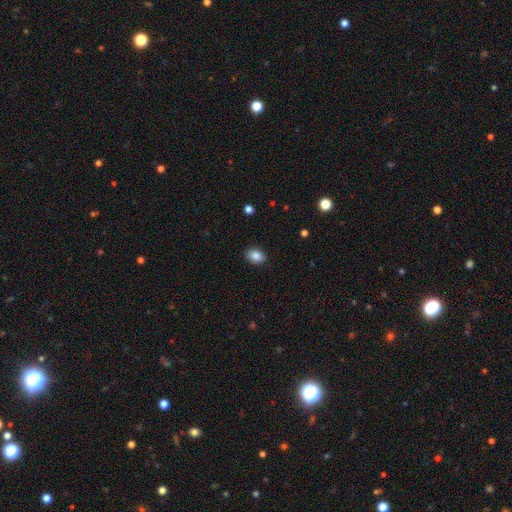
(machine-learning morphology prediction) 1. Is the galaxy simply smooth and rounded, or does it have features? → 87% smooth, 8% star or artifact, 5% featured or disk.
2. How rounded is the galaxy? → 76% in between, 23% round, 1% cigar-shaped.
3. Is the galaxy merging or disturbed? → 88% none, 8% minor disturbance, 2% major disturbance, 1% merger.